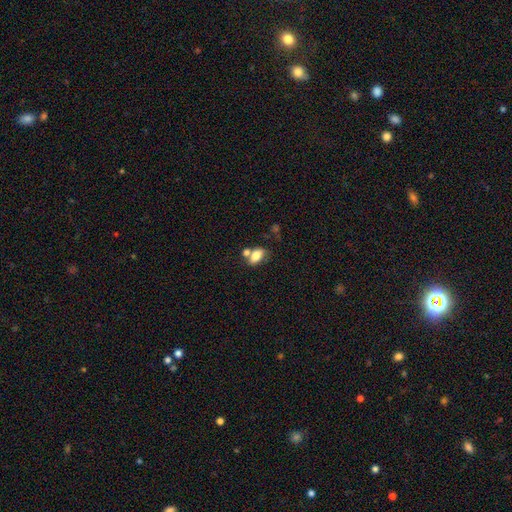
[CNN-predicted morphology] A smooth galaxy with no disk features (77%) that is in between round and cigar-shaped (85%). Merging: none (47%).